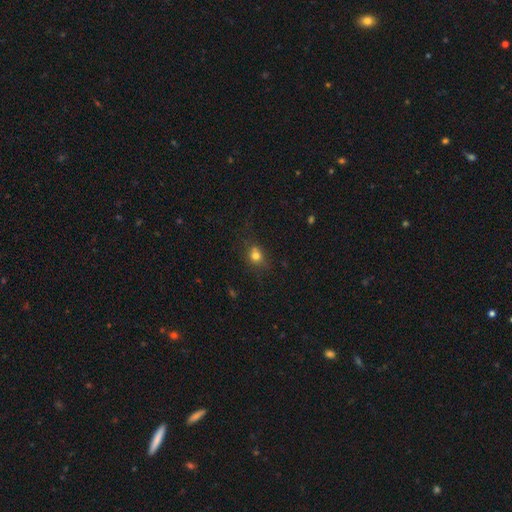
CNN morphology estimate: Q: Smooth or featured?
A: smooth (74%); runner-up: star or artifact (15%)
Q: How rounded?
A: round (67%); runner-up: in between (32%)
Q: Merging?
A: none (60%); runner-up: minor disturbance (20%)